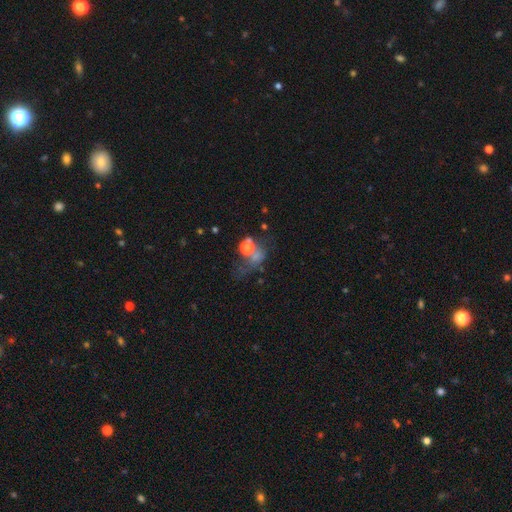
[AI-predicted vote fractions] The model was most divided on "merging": none: 33%, major disturbance: 32%, merger: 20%, minor disturbance: 15%. Remaining: smooth or featured — smooth (38%).